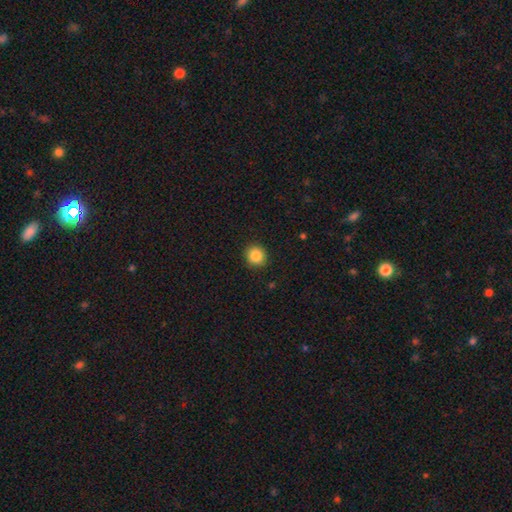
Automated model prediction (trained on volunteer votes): Smooth or featured? smooth (86%)
How rounded? round (89%)
Merging? none (91%)